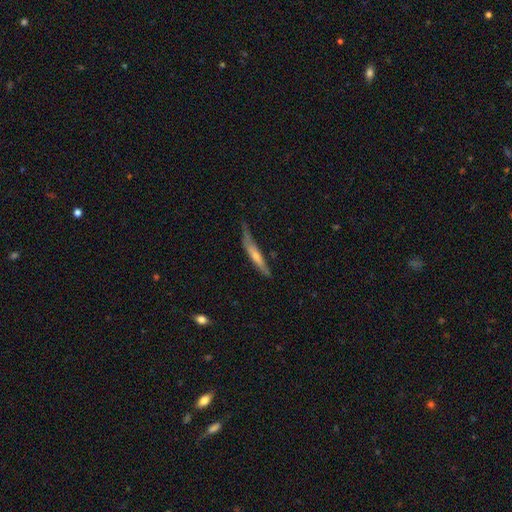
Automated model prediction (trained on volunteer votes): Overall: featured or disk (51%; smooth 43%). Edge-on disk: yes (86%). Merging: none (60%; minor disturbance 30%).